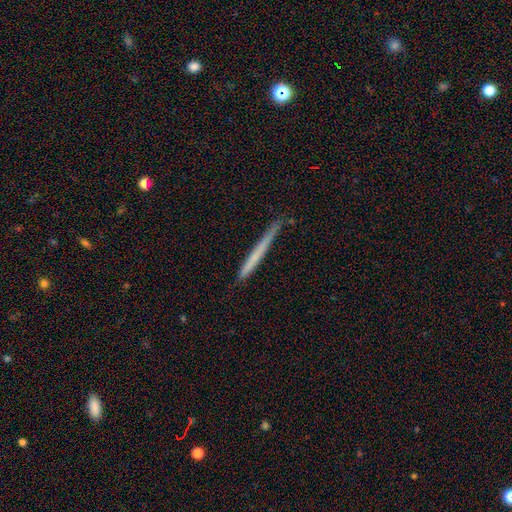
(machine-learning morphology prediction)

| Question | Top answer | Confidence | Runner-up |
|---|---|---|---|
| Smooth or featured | smooth | 58% | featured or disk (36%) |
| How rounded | cigar-shaped | 97% | in between (1%) |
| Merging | none | 83% | minor disturbance (13%) |